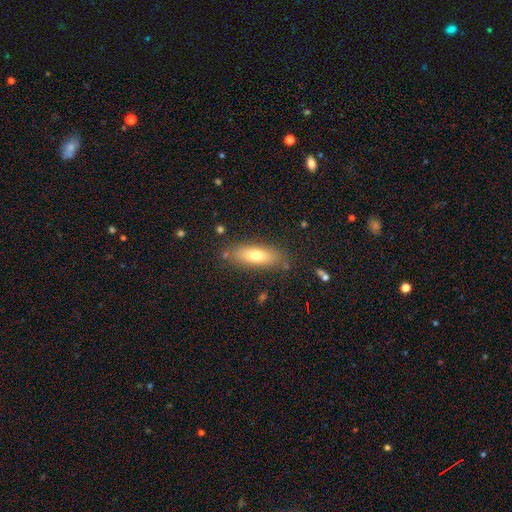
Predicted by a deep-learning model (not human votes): Morphology: type=smooth (68%); roundness=in between (60%); merging=none (81%).